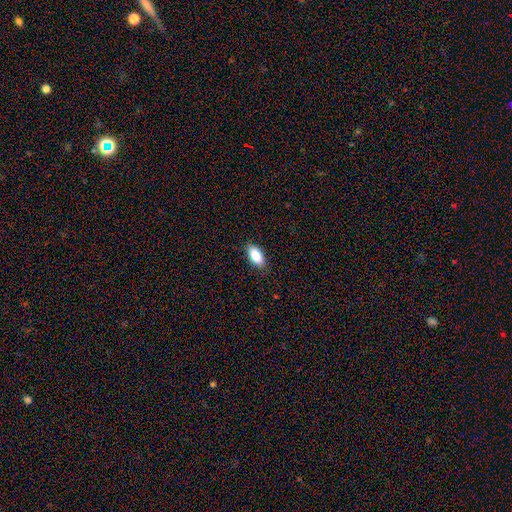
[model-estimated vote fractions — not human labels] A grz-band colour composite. It shows a smooth galaxy with no disk features (88%) that is in between round and cigar-shaped (89%). Merging: none (87%).